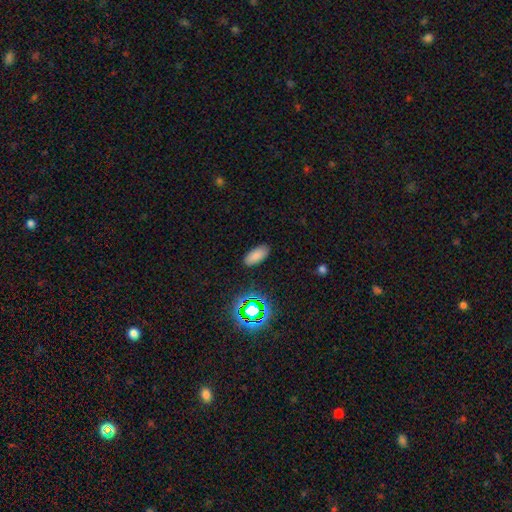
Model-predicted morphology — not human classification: smooth-or-featured: smooth: 80% | star or artifact: 15% | featured or disk: 5%
  how-rounded: in between: 90% | cigar-shaped: 8% | round: 3%
  merging: none: 87% | minor disturbance: 9% | major disturbance: 3% | merger: 1%